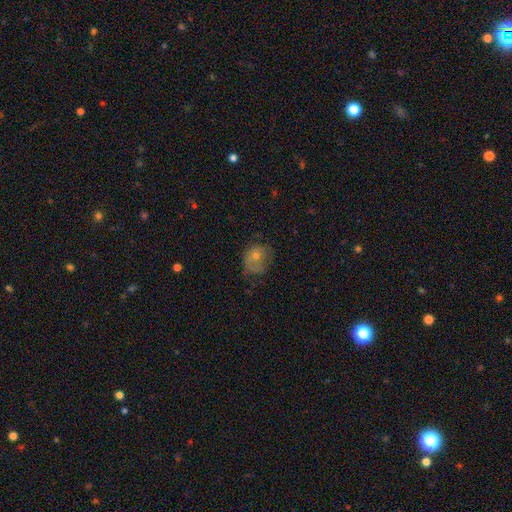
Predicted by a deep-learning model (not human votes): This is possibly a smooth galaxy (53%). How rounded: possibly round (58%). Merging: marginally none (44%).